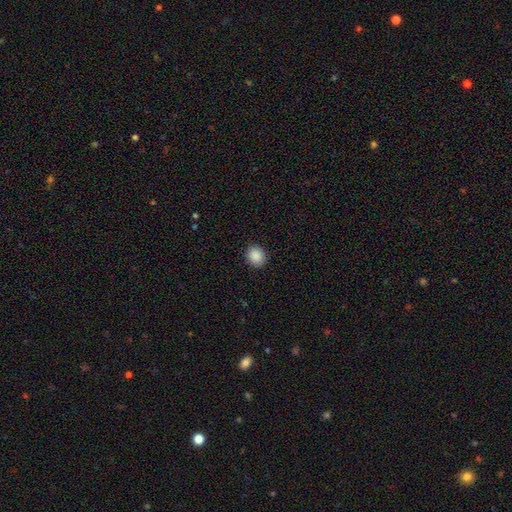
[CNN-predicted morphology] Smooth or featured?
  - smooth: 89% *
  - star or artifact: 8%
  - featured or disk: 3%
How rounded?
  - round: 80% *
  - in between: 19%
  - cigar-shaped: 1%
Merging?
  - none: 91% *
  - minor disturbance: 6%
  - major disturbance: 2%
  - merger: 1%